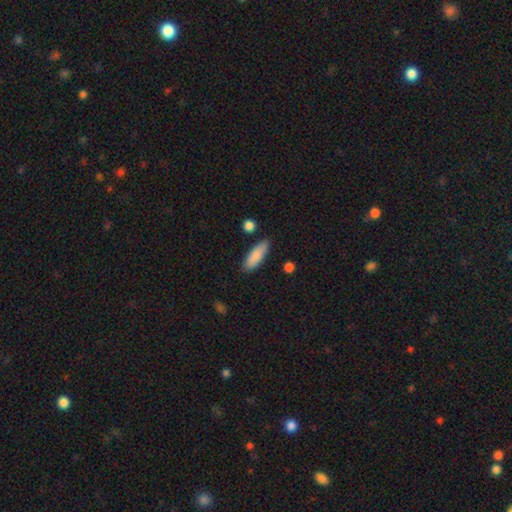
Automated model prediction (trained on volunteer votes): Smooth or featured?
  - smooth: 87% *
  - featured or disk: 8%
  - star or artifact: 6%
How rounded?
  - in between: 57% *
  - cigar-shaped: 41%
  - round: 2%
Merging?
  - none: 84% *
  - minor disturbance: 11%
  - merger: 3%
  - major disturbance: 2%